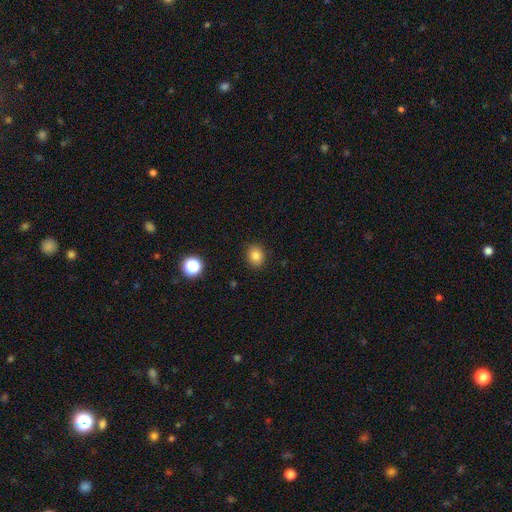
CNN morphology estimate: Overall: smooth (83%). How rounded: round (63%; in between 36%). Merging: none (88%).